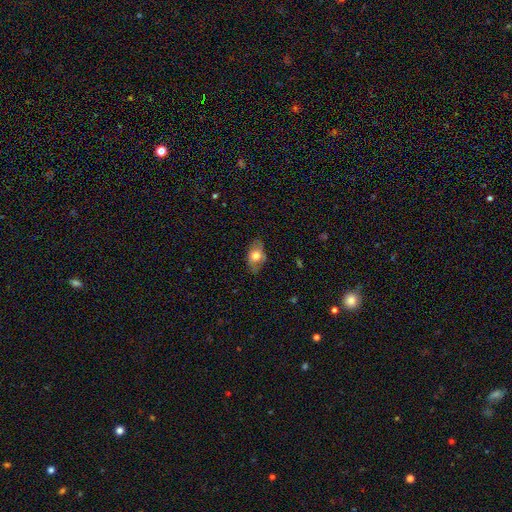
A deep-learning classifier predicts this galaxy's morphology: smooth_or_featured: smooth (p=0.62) [alt: featured or disk p=0.30]
how_rounded: in between (p=0.86) [alt: round p=0.12]
merging: none (p=0.71) [alt: minor disturbance p=0.21]